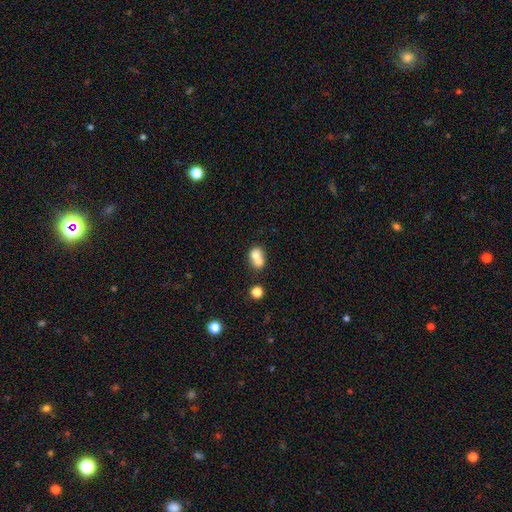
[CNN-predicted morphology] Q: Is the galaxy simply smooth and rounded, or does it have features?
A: smooth — 69%.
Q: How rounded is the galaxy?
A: in between — 50%.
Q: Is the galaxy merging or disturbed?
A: merger — 65%.